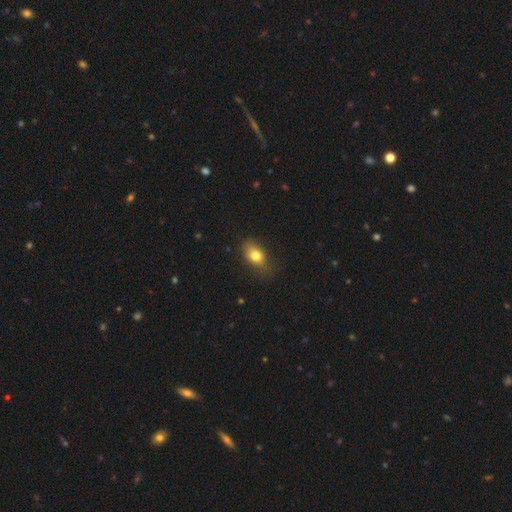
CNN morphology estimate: smooth_or_featured: smooth (p=0.77) [alt: featured or disk p=0.13]
how_rounded: in between (p=0.77) [alt: round p=0.19]
merging: none (p=0.67) [alt: minor disturbance p=0.24]